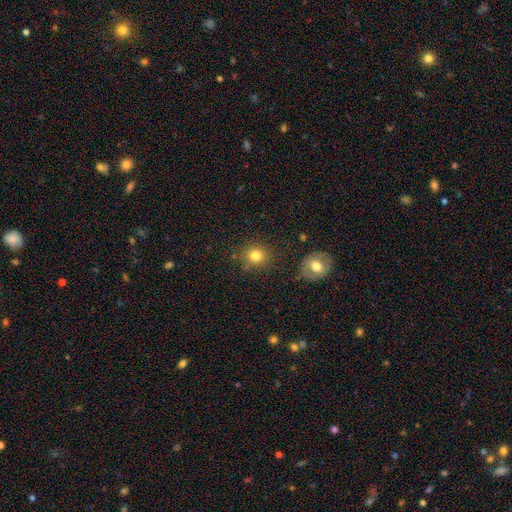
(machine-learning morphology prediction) This appears to be a smooth galaxy with no disk features (80%) that is round (86%). Merging: none (83%).